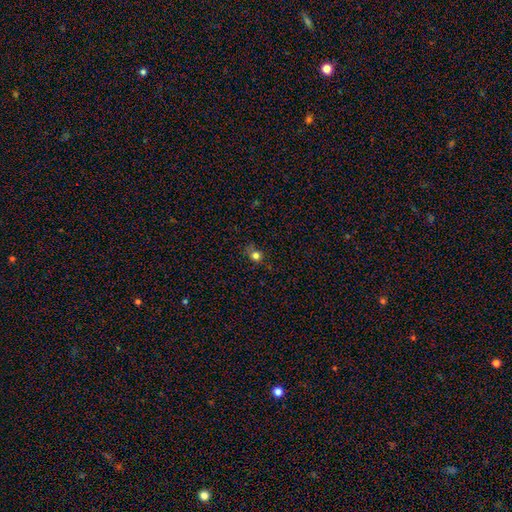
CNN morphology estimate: smooth_or_featured: smooth (p=0.74) [alt: star or artifact p=0.18]
how_rounded: round (p=0.79) [alt: in between p=0.19]
merging: none (p=0.67) [alt: minor disturbance p=0.22]